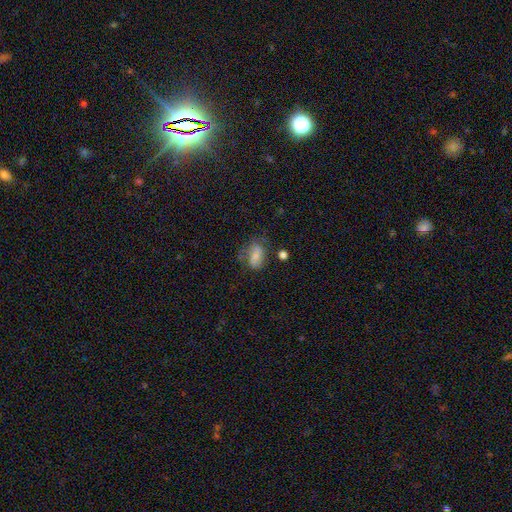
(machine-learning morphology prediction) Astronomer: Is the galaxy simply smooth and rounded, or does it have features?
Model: smooth — 69%.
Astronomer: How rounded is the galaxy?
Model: in between — 83%.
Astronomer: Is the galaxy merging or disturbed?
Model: none — 50% (runner-up: minor disturbance, 28%).